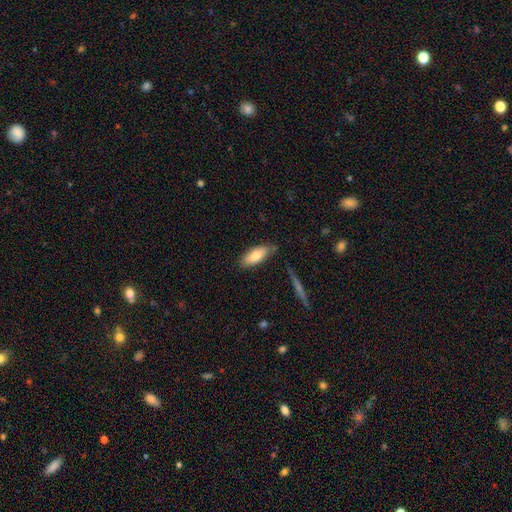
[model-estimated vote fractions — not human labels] Smooth or featured? Predicted: smooth (p=0.79). How rounded? Predicted: in between (p=0.76). Merging? Predicted: none (p=0.74).